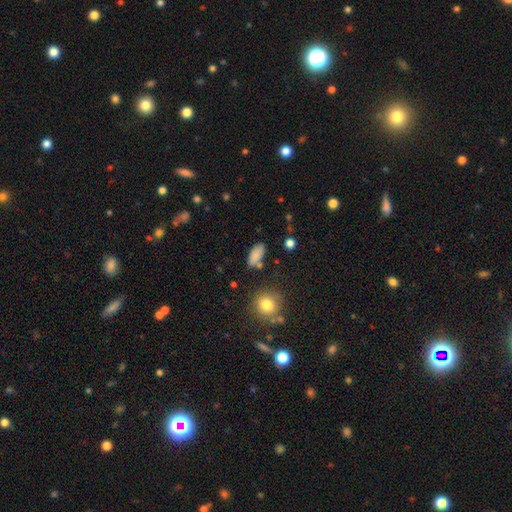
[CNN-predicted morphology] Smooth or featured?
  - smooth: 84% *
  - star or artifact: 9%
  - featured or disk: 7%
How rounded?
  - in between: 85% *
  - cigar-shaped: 11%
  - round: 4%
Merging?
  - none: 73% *
  - minor disturbance: 17%
  - merger: 6%
  - major disturbance: 4%